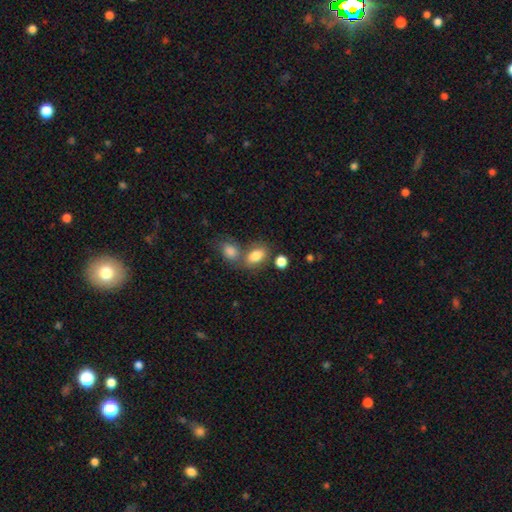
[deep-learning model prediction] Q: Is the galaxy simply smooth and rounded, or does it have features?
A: smooth — 82%.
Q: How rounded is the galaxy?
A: in between — 85%.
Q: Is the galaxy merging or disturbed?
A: none — 49%.